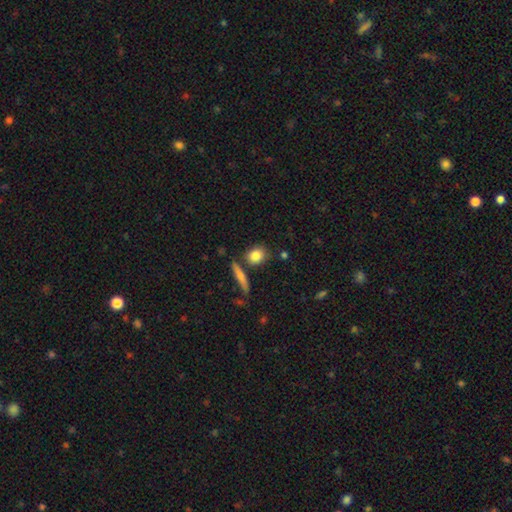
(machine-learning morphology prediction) Smooth or featured? smooth (82%)
How rounded? round (57%)
Merging? none (73%)